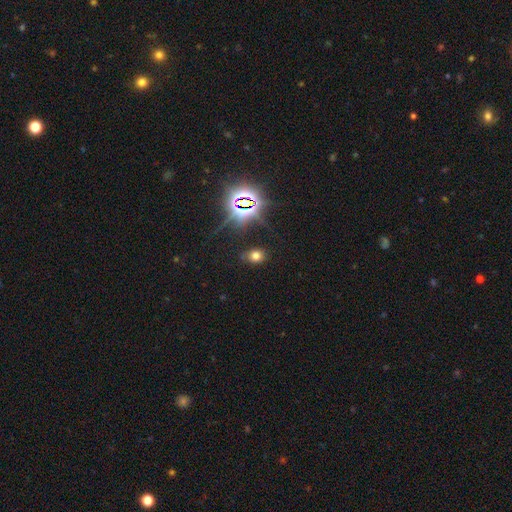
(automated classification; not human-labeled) smooth_or_featured: smooth (p=0.61) [alt: star or artifact p=0.31]
how_rounded: in between (p=0.56) [alt: round p=0.43]
merging: none (p=0.81) [alt: minor disturbance p=0.12]